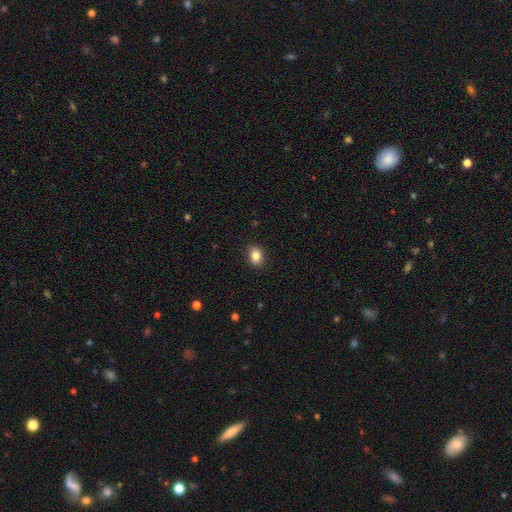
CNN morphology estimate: smooth_or_featured: smooth (p=0.85) [alt: star or artifact p=0.09]
how_rounded: in between (p=0.64) [alt: round p=0.35]
merging: none (p=0.89) [alt: minor disturbance p=0.08]